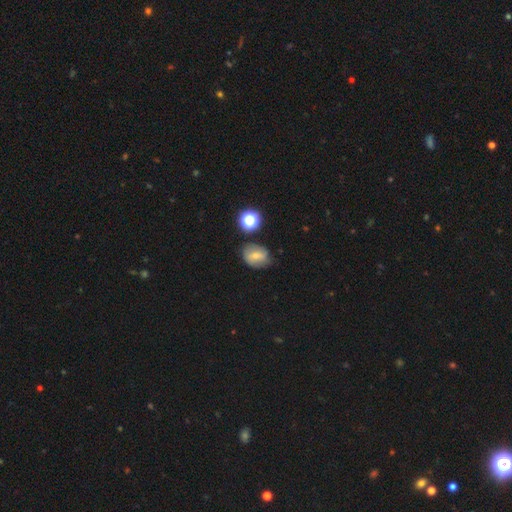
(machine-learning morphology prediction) Smooth or featured?
  - smooth: 58% *
  - featured or disk: 30%
  - star or artifact: 13%
How rounded?
  - in between: 58% *
  - round: 41%
  - cigar-shaped: 1%
Merging?
  - none: 67% *
  - minor disturbance: 23%
  - major disturbance: 6%
  - merger: 5%